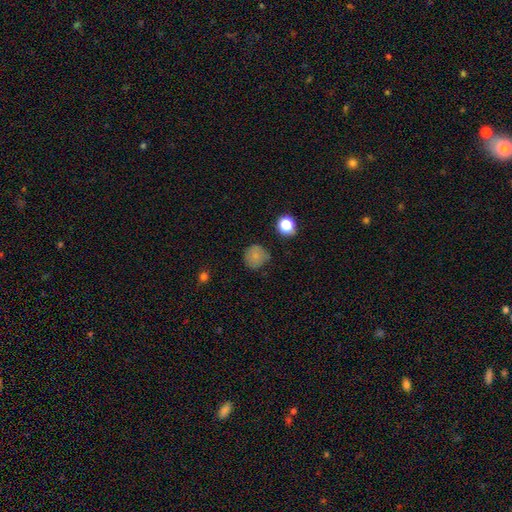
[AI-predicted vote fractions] A smooth galaxy with no disk features (79%) that is round (90%). Merging: none (73%).